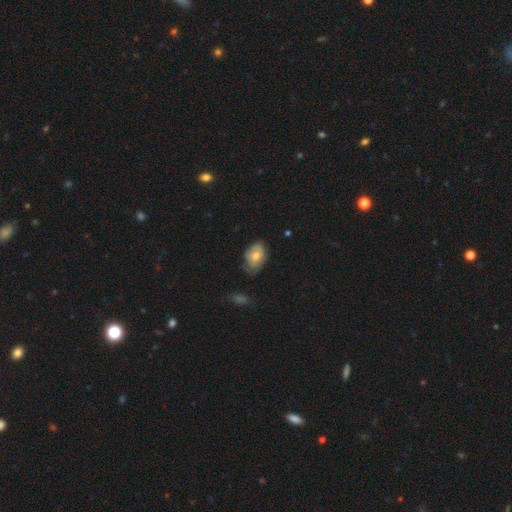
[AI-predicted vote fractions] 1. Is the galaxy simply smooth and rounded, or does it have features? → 62% smooth, 31% featured or disk, 8% star or artifact.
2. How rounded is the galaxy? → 83% in between, 15% round, 1% cigar-shaped.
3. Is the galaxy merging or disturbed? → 57% none, 33% minor disturbance, 9% major disturbance, 2% merger.